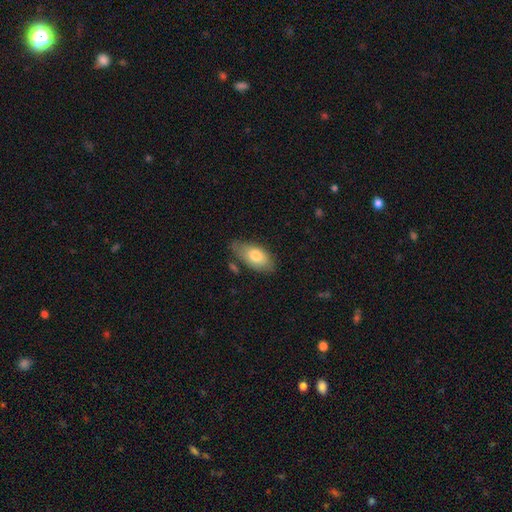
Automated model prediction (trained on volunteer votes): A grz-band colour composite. It shows a smooth galaxy with no disk features (75%) that is in between round and cigar-shaped (91%). Merging: none (65%).